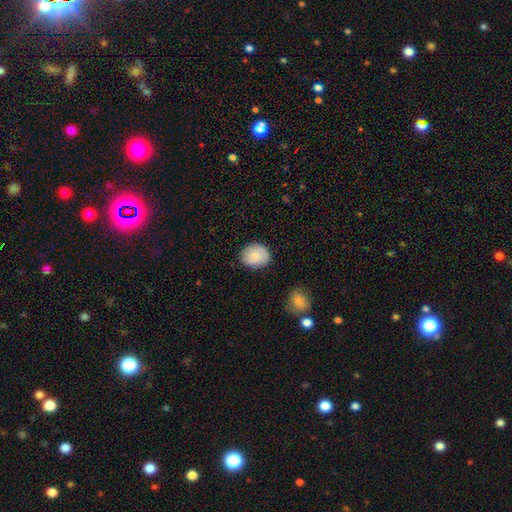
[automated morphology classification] smooth 82%, featured or disk 11%, star or artifact 7%. Down the decision tree: how rounded — round (60%); merging — none (83%).